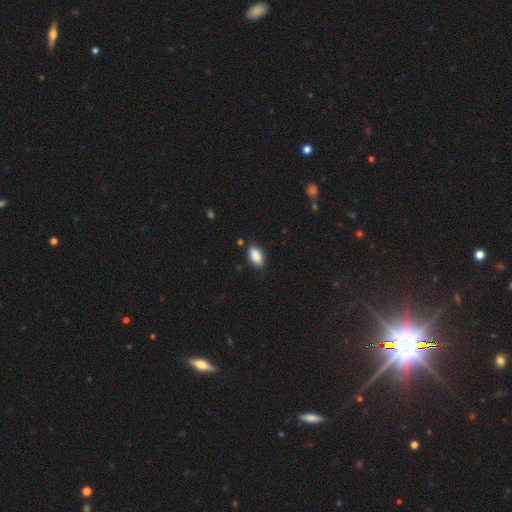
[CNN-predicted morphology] Smooth or featured? Predicted: smooth (p=0.89). How rounded? Predicted: in between (p=0.93). Merging? Predicted: none (p=0.85).